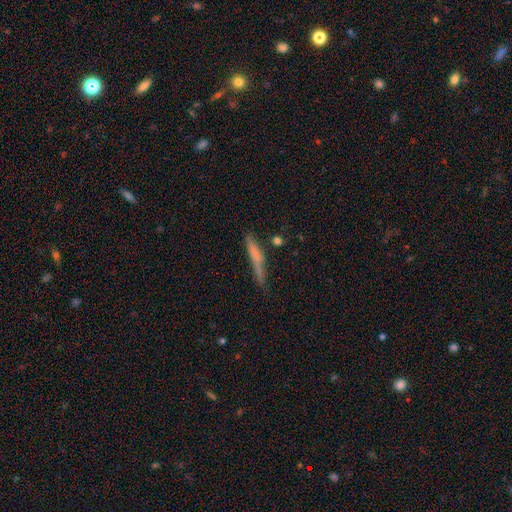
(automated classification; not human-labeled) Smooth or featured: smooth — 56% (featured or disk — 36%)
How rounded: cigar-shaped — 93% (in between — 5%)
Merging: none — 65% (minor disturbance — 23%)